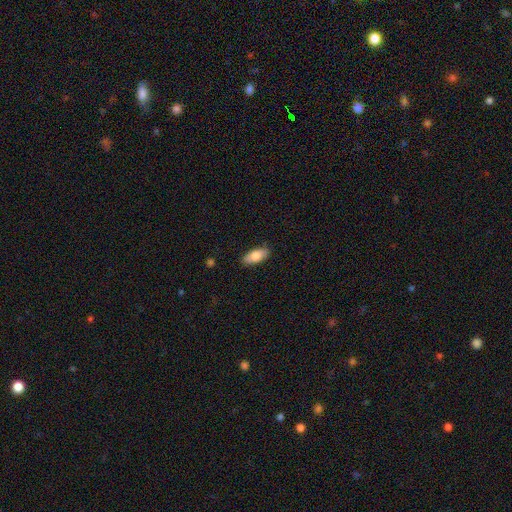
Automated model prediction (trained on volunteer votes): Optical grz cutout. It shows a smooth galaxy with no disk features (80%) that is in between round and cigar-shaped (84%). Merging: none (87%).